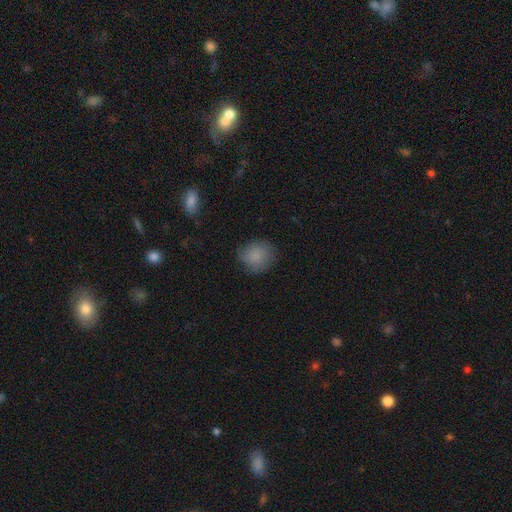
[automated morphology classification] Smooth or featured: smooth — 83% (featured or disk — 9%)
How rounded: round — 81% (in between — 18%)
Merging: none — 70% (minor disturbance — 23%)